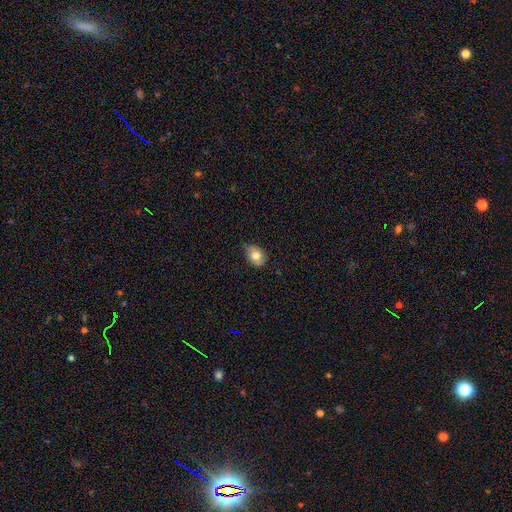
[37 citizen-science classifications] This appears to be a smooth galaxy with no disk features (81%) that is in between round and cigar-shaped (67%). Merging: none (57%).